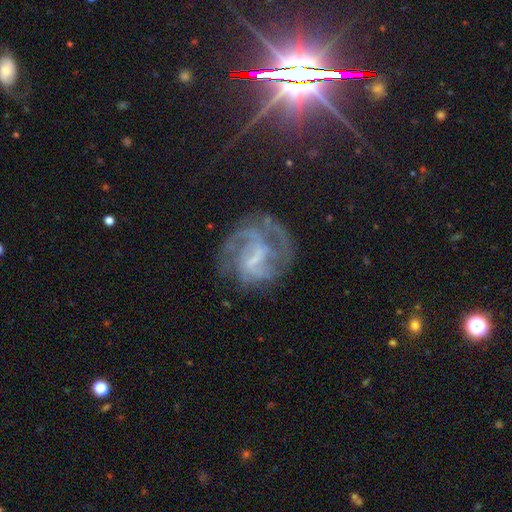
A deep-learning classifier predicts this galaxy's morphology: A featured or disk galaxy (76%) with a weak bar (47%), 2 (35%) medium (43%) spiral arms (87%) and a small central bulge (42%). Merging: none (61%).